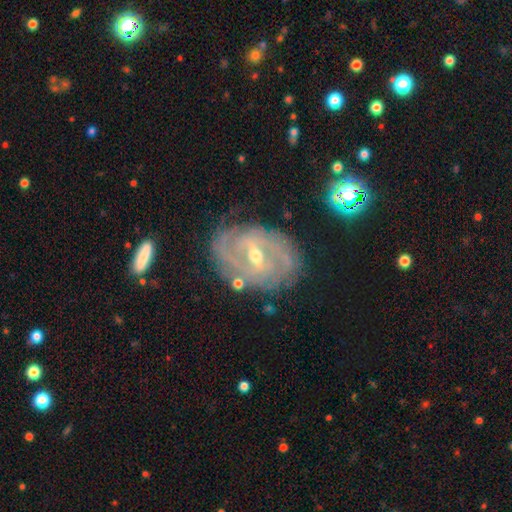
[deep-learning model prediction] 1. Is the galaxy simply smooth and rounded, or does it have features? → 89% featured or disk, 6% smooth, 5% star or artifact.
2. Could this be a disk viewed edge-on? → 96% no, 4% yes.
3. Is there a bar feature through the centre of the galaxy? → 47% weak, 40% strong, 13% no.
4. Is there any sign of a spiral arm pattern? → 96% yes, 4% no.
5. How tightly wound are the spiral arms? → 69% tight, 25% medium, 6% loose.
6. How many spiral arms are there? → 34% 2, 24% can't tell, 20% 3, 11% 4, 5% more than 4, 5% 1.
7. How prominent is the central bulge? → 51% moderate, 46% small, 1% large, 1% none, 1% dominant.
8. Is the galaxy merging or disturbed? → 78% none, 15% minor disturbance, 5% major disturbance, 2% merger.